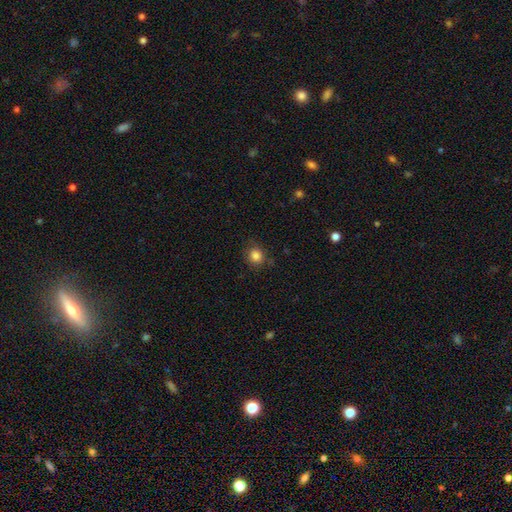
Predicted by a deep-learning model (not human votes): Morphology: type=smooth (84%); roundness=round (81%); merging=none (81%).